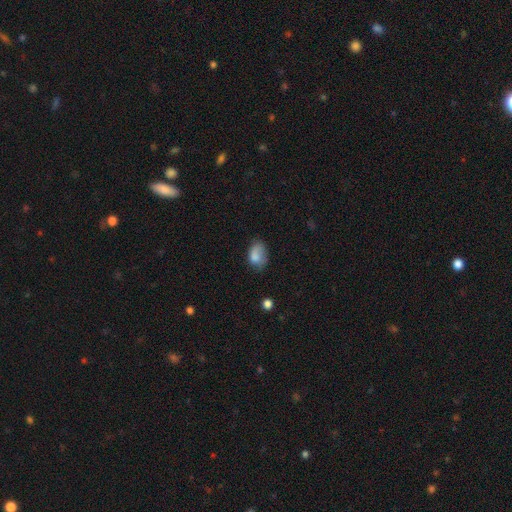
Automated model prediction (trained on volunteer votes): Overall: smooth (79%). How rounded: in between (83%). Merging: none (46%; minor disturbance 35%).